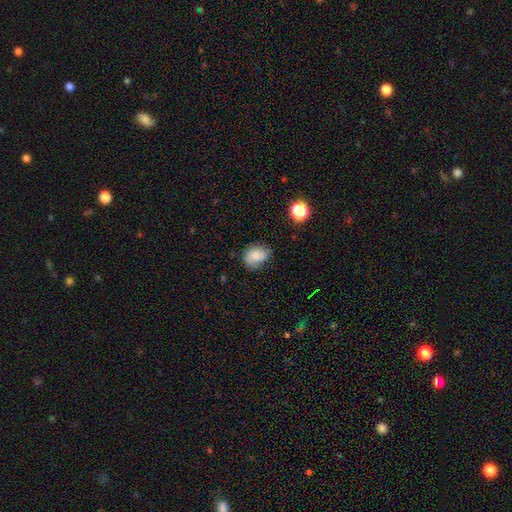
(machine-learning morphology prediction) smooth-or-featured: smooth: 67% | featured or disk: 23% | star or artifact: 10%
  how-rounded: in between: 56% | round: 43% | cigar-shaped: 1%
  merging: none: 62% | minor disturbance: 28% | major disturbance: 8% | merger: 2%